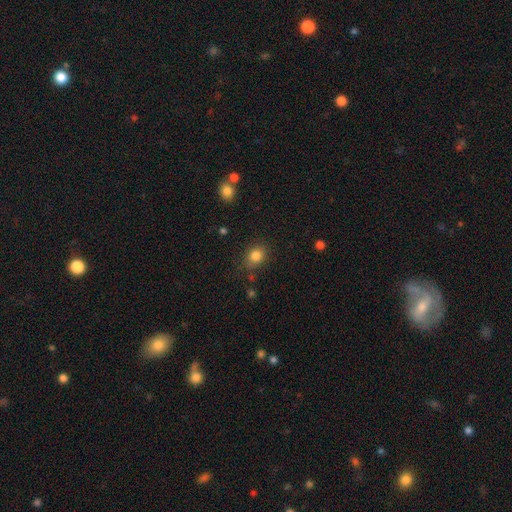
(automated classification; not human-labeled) A smooth galaxy with no disk features (83%) that is round (50%).

Vote fractions:
- Smooth or featured? smooth: 83% / star or artifact: 11% / featured or disk: 6%
- How rounded? round: 50% / in between: 49% / cigar-shaped: 1%
- Merging? none: 79% / minor disturbance: 14% / major disturbance: 4% / merger: 2%